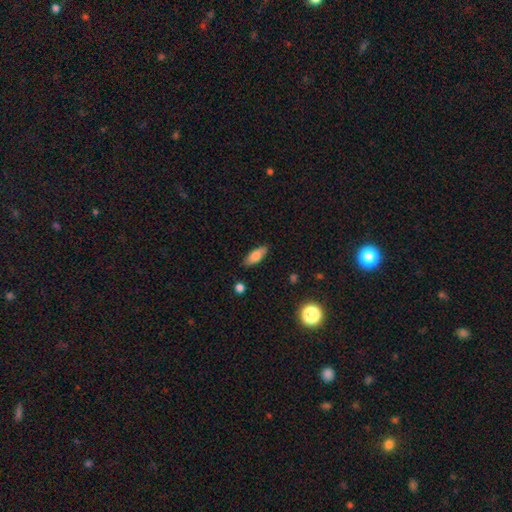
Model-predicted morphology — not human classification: Smooth or featured? smooth (78%)
How rounded? in between (76%)
Merging? none (84%)